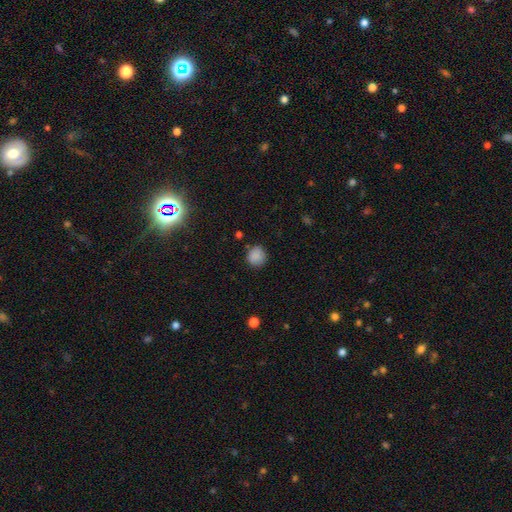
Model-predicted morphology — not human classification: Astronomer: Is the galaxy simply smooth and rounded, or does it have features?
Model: smooth — 85%.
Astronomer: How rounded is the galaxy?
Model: round — 87%.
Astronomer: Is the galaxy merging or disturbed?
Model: none — 82%.